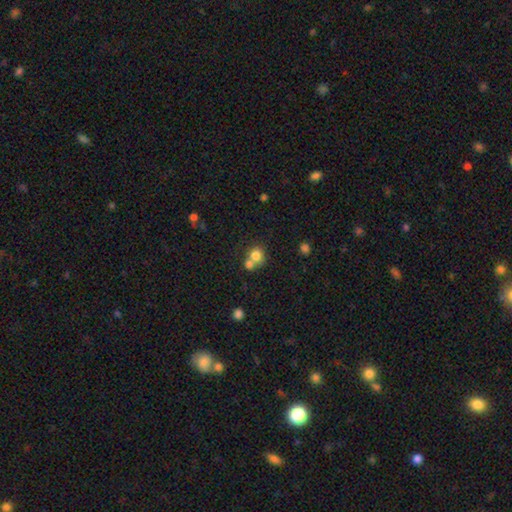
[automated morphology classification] smooth_or_featured: smooth (p=0.77) [alt: featured or disk p=0.12]
how_rounded: round (p=0.82) [alt: in between p=0.17]
merging: merger (p=0.49) [alt: none p=0.41]